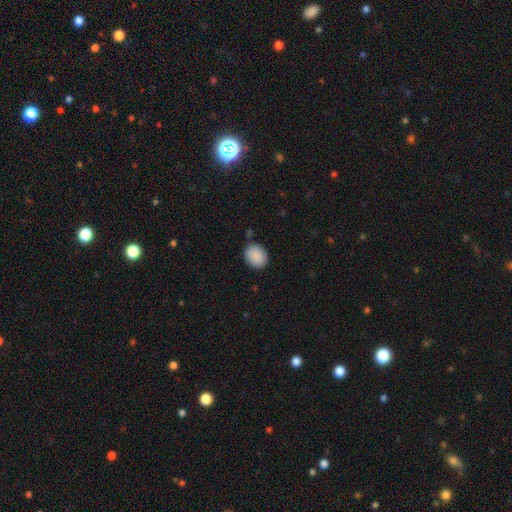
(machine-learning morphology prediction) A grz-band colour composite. It shows a smooth galaxy with no disk features (89%) that is round (60%). Merging: none (84%).